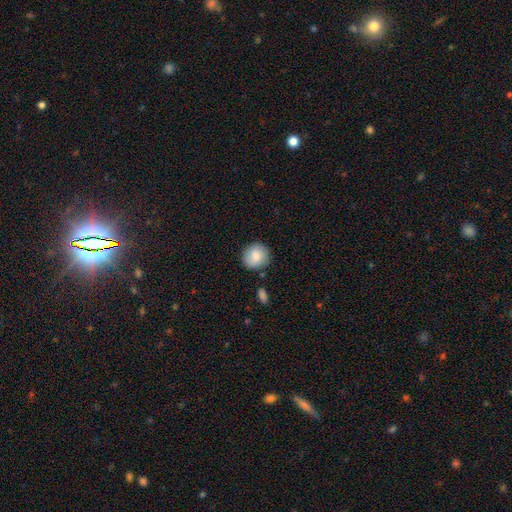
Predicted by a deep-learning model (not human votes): Smooth or featured: smooth — 81% (featured or disk — 11%)
How rounded: round — 87% (in between — 12%)
Merging: none — 82% (minor disturbance — 12%)